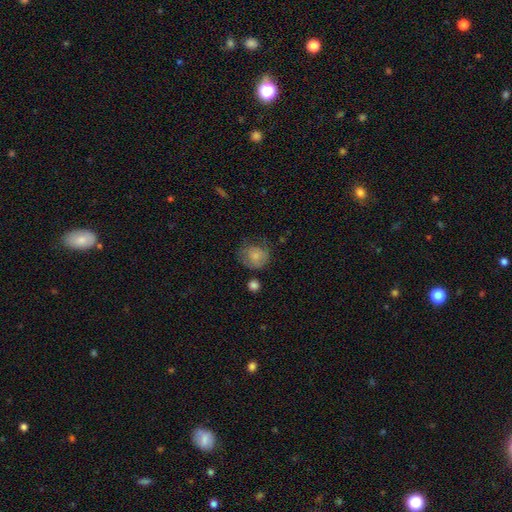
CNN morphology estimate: The model was most divided on "merging": none: 50%, minor disturbance: 29%, major disturbance: 16%, merger: 4%. More confident: smooth or featured — smooth (74%); how rounded — round (72%).